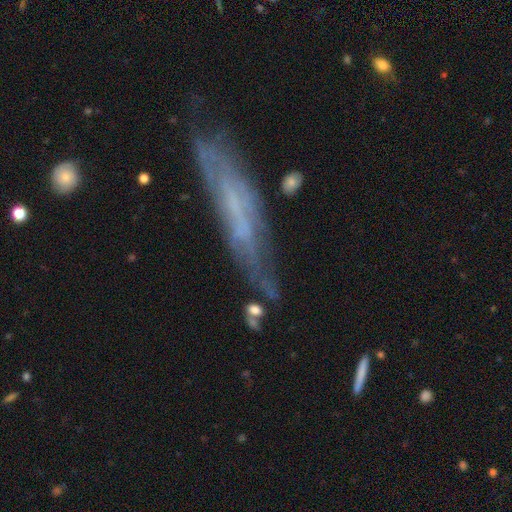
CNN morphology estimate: A featured or disk galaxy (63%) viewed edge-on (54%). Merging: none (58%).